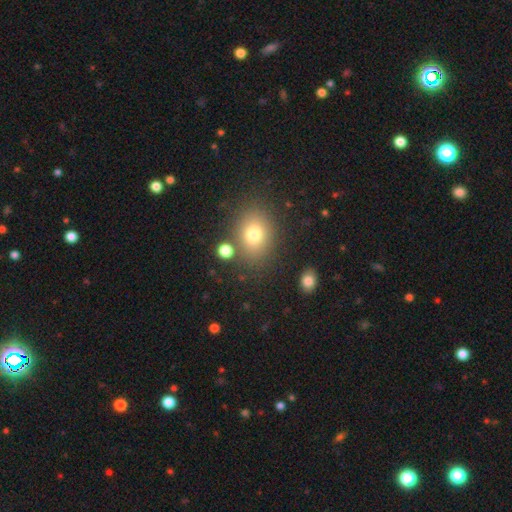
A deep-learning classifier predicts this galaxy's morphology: This appears to be a smooth galaxy with no disk features (72%) that is in between round and cigar-shaped (55%). Merging: none (82%).